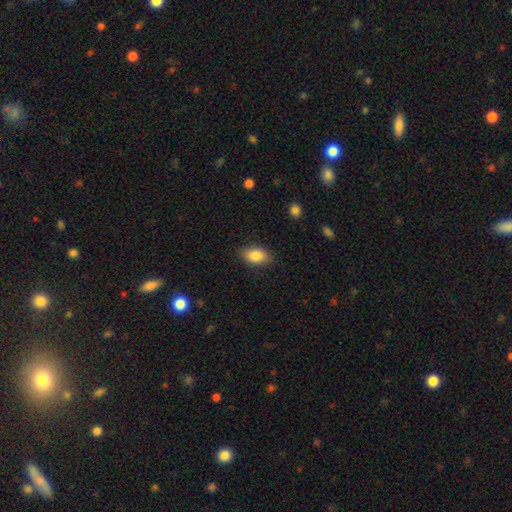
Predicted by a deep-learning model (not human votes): Smooth or featured? smooth (86%)
How rounded? in between (88%)
Merging? none (85%)